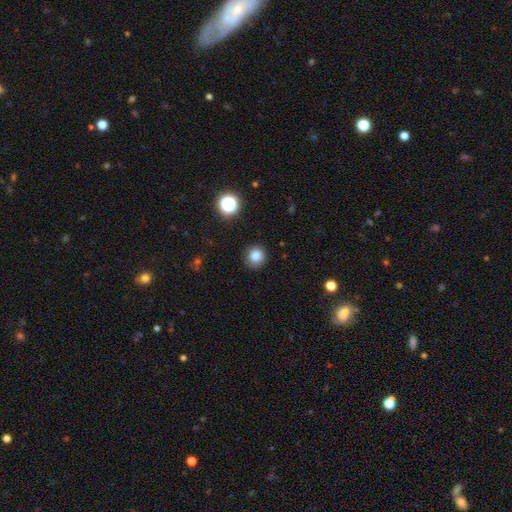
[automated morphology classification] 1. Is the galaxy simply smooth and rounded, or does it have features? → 83% smooth, 12% star or artifact, 5% featured or disk.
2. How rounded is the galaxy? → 87% round, 12% in between, 1% cigar-shaped.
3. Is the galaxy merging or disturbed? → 85% none, 10% minor disturbance, 3% major disturbance, 1% merger.